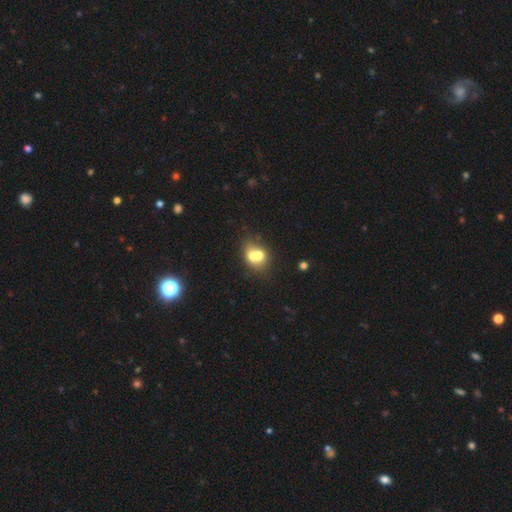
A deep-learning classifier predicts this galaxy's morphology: smooth 65%, featured or disk 25%, star or artifact 10%. Down the decision tree: how rounded — round (64%); merging — merger (66%).